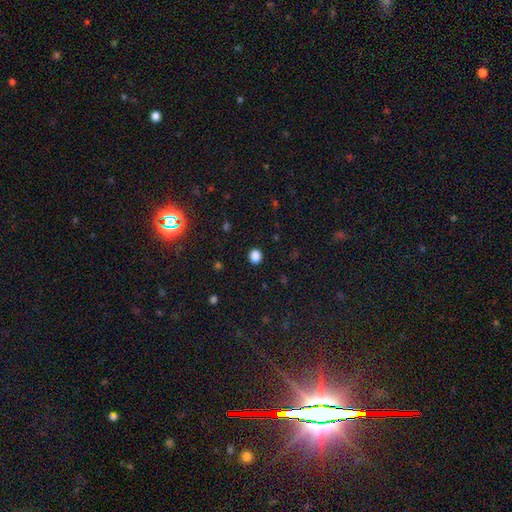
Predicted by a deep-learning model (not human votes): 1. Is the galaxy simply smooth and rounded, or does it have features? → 85% smooth, 12% star or artifact, 3% featured or disk.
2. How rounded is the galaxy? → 78% round, 21% in between, 1% cigar-shaped.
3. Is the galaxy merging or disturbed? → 91% none, 6% minor disturbance, 2% major disturbance, 1% merger.